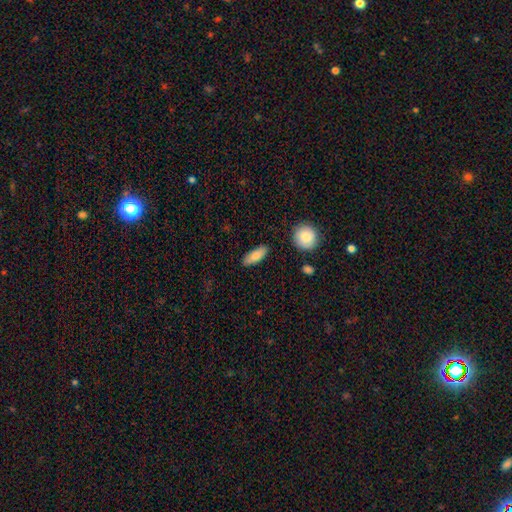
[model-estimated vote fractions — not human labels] The model was most divided on "how rounded": in between: 72%, cigar-shaped: 25%, round: 3%. More confident: merging — none (85%); smooth or featured — smooth (83%).